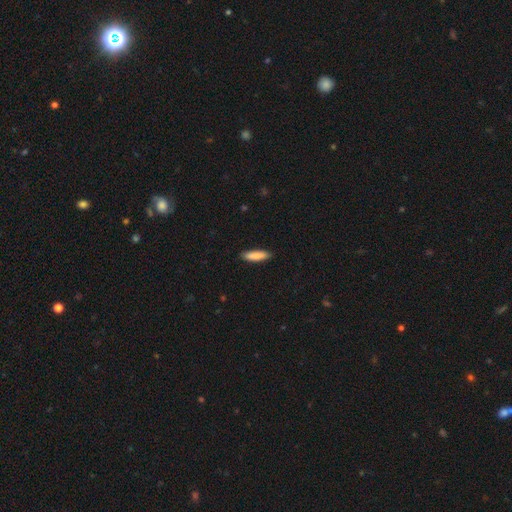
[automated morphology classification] This appears to be a smooth galaxy with no disk features (86%) that is cigar-shaped (68%). Merging: none (89%).